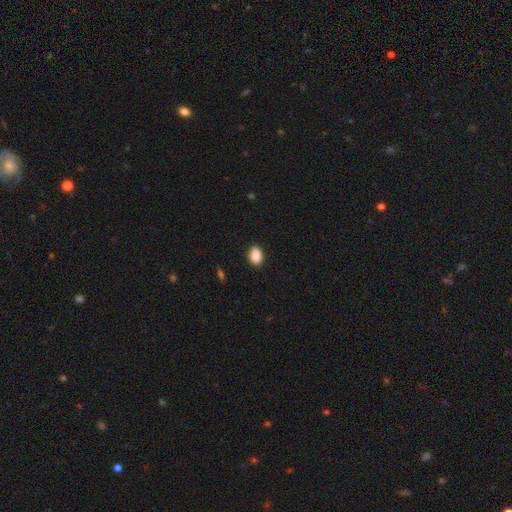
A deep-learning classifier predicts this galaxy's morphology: A smooth galaxy with no disk features (88%) that is in between round and cigar-shaped (77%). Merging: none (90%).